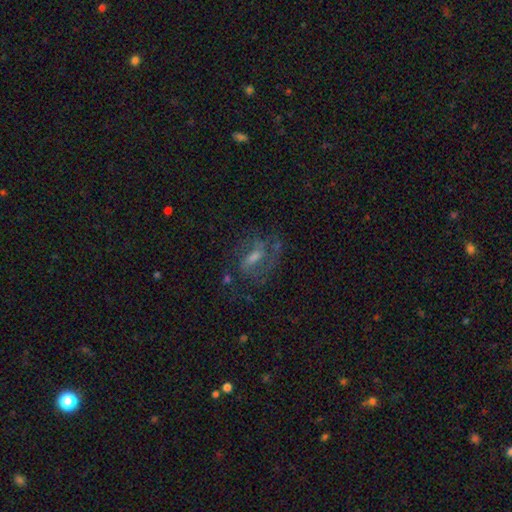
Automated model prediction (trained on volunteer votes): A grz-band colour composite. It shows a featured or disk galaxy (66%) with a weak bar (48%), spiral arms (81%) and a moderate central bulge (44%). Merging: none (55%).